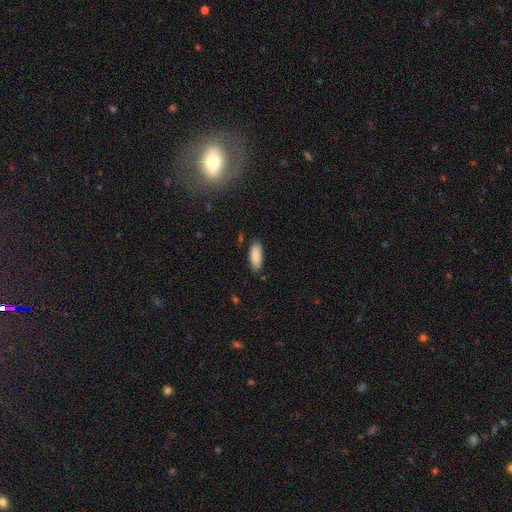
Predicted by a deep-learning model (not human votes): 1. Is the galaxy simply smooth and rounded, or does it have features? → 88% smooth, 7% featured or disk, 6% star or artifact.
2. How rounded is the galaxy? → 77% in between, 21% cigar-shaped, 2% round.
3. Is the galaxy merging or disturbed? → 83% none, 12% minor disturbance, 2% major disturbance, 2% merger.